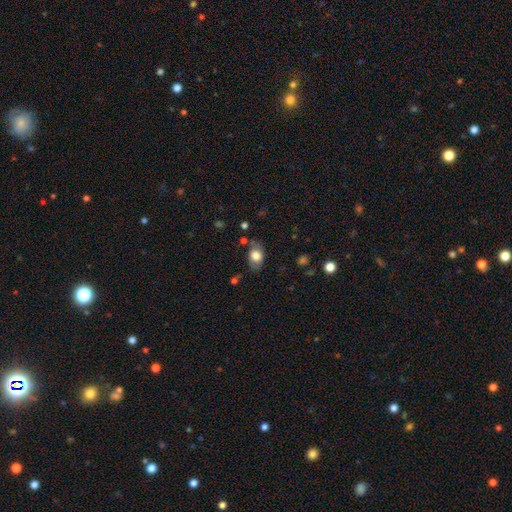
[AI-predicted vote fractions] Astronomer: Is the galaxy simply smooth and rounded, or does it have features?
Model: smooth — 74%.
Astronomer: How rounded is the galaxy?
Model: in between — 80%.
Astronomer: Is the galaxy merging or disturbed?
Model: none — 70%.